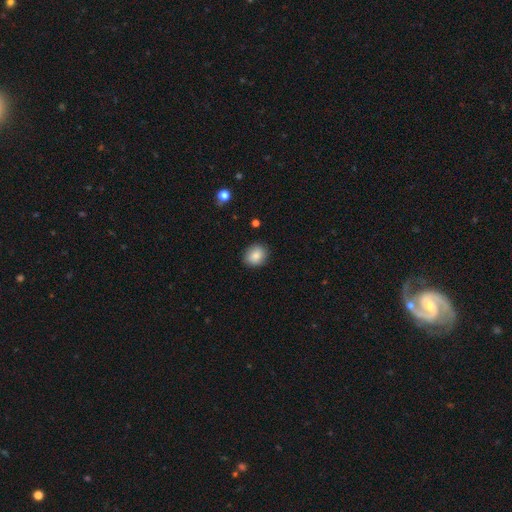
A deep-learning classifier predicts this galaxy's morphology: smooth 86%, star or artifact 8%, featured or disk 6%. Down the decision tree: how rounded — round (68%); merging — none (87%).